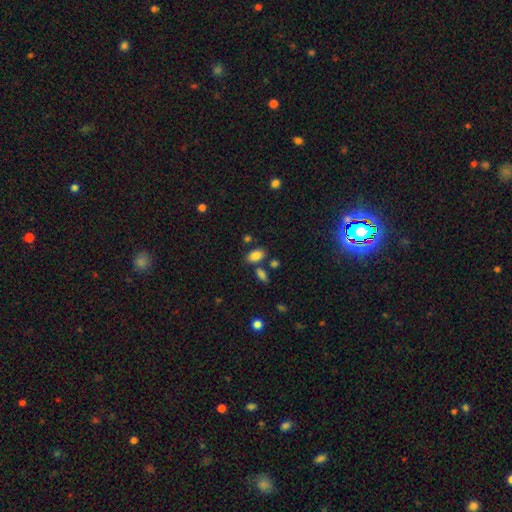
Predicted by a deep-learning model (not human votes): smooth-or-featured: smooth: 84% | star or artifact: 9% | featured or disk: 6%
  how-rounded: in between: 89% | round: 9% | cigar-shaped: 2%
  merging: none: 72% | merger: 13% | minor disturbance: 12% | major disturbance: 4%